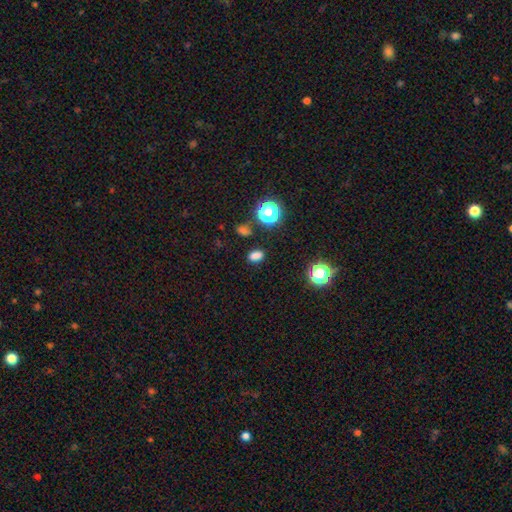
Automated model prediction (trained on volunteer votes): Smooth or featured? Predicted: smooth (p=0.77). How rounded? Predicted: in between (p=0.74). Merging? Predicted: none (p=0.83).